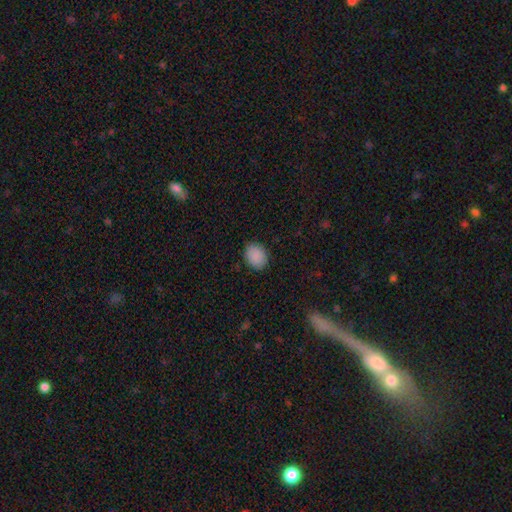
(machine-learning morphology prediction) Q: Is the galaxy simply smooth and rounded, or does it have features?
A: smooth — 89%.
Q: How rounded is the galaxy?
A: in between — 53%.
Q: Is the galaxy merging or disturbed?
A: none — 88%.